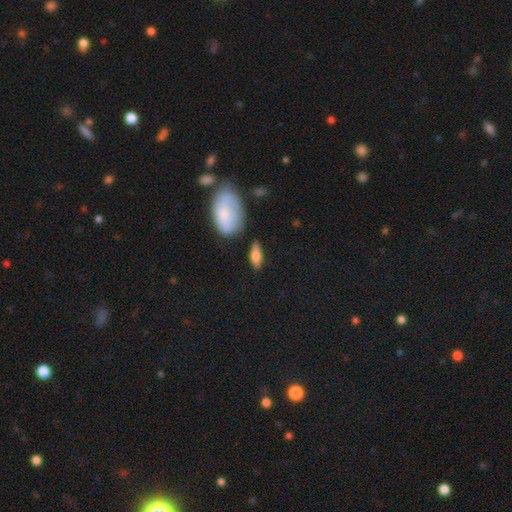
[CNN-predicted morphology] Q: Smooth or featured?
A: smooth (72%); runner-up: featured or disk (21%)
Q: How rounded?
A: in between (69%); runner-up: cigar-shaped (27%)
Q: Merging?
A: none (78%); runner-up: minor disturbance (14%)